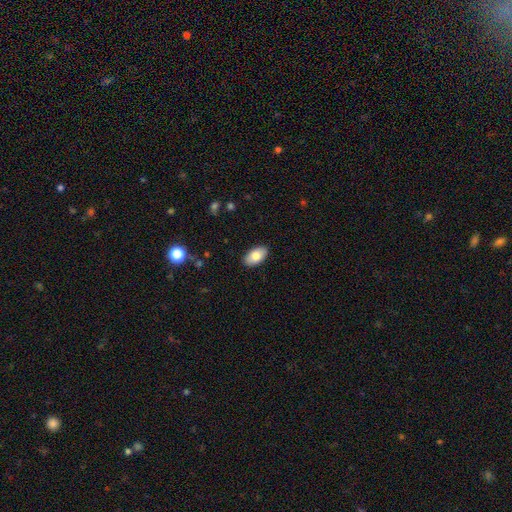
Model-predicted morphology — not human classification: The model was most divided on "smooth or featured": smooth: 81%, featured or disk: 12%, star or artifact: 7%. More confident: how rounded — in between (95%); merging — none (88%).